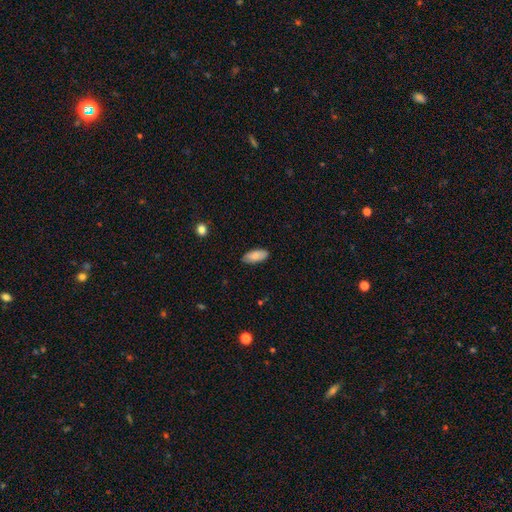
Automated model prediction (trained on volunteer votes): smooth-or-featured: smooth: 86% | featured or disk: 8% | star or artifact: 6%
  how-rounded: in between: 86% | cigar-shaped: 12% | round: 2%
  merging: none: 86% | minor disturbance: 11% | major disturbance: 2% | merger: 1%